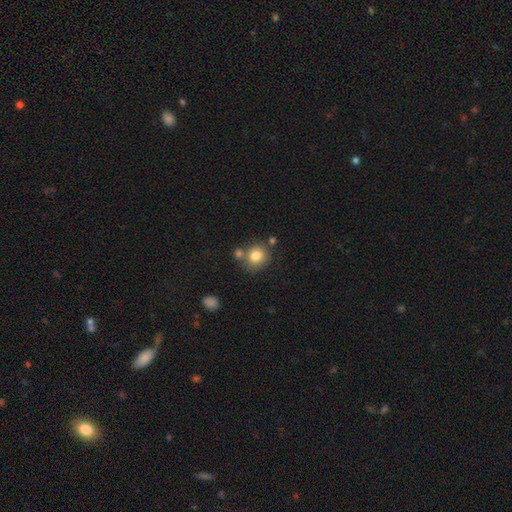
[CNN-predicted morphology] smooth_or_featured: smooth (p=0.80) [alt: star or artifact p=0.10]
how_rounded: round (p=0.80) [alt: in between p=0.19]
merging: none (p=0.64) [alt: merger p=0.19]